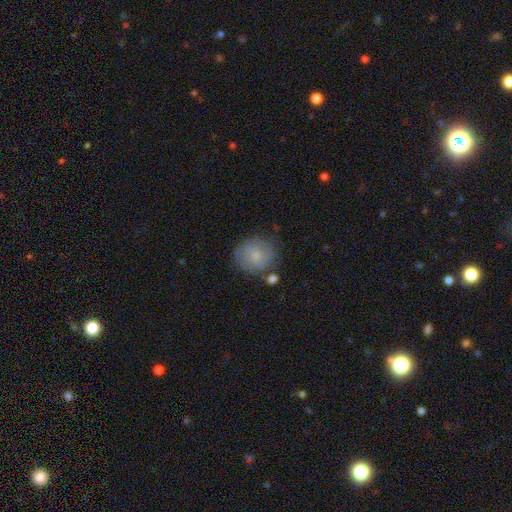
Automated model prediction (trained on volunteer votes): This appears to be a smooth galaxy with no disk features (60%) that is round (83%). Merging: none (73%).